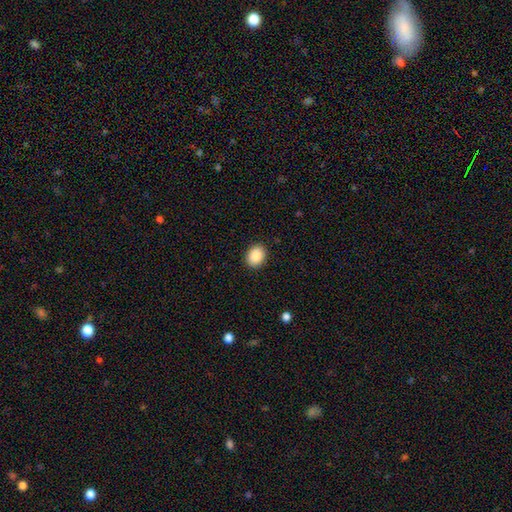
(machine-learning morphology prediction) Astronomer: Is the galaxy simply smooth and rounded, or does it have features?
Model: smooth — 88%.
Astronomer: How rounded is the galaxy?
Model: in between — 53% (runner-up: round, 46%).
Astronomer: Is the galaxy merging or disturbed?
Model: none — 90%.